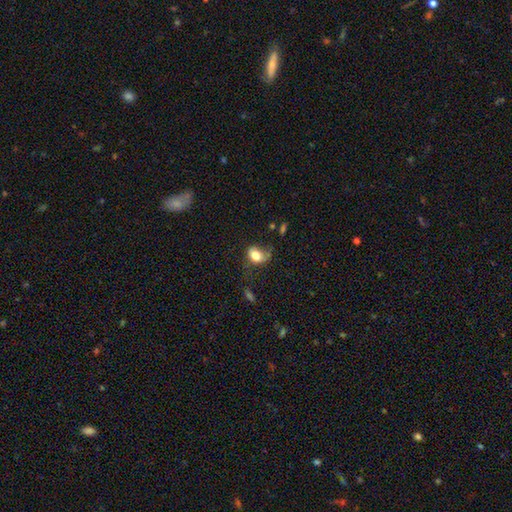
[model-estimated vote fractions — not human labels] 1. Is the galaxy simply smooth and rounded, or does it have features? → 72% smooth, 19% featured or disk, 9% star or artifact.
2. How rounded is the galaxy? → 66% in between, 32% round, 1% cigar-shaped.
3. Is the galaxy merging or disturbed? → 40% none, 30% minor disturbance, 27% major disturbance, 4% merger.